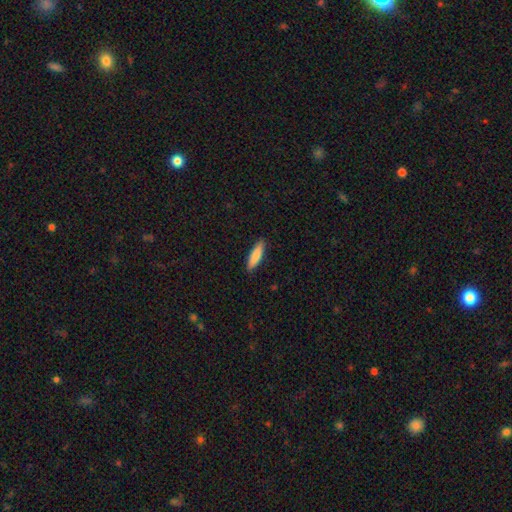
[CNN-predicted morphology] Smooth or featured? smooth (83%)
How rounded? cigar-shaped (67%)
Merging? none (88%)